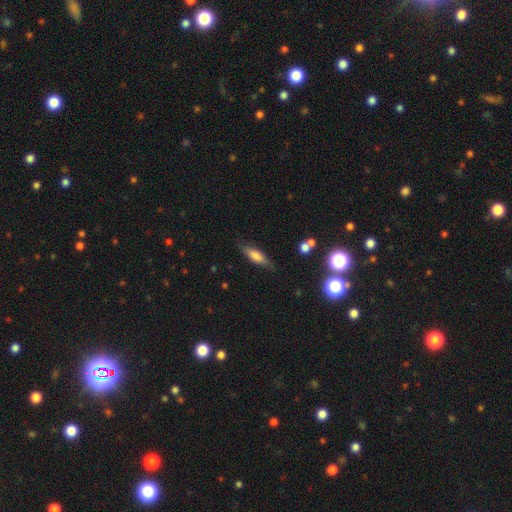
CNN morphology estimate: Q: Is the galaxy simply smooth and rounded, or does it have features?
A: smooth — 60%.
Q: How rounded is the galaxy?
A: cigar-shaped — 57%.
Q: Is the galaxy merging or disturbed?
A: none — 77%.